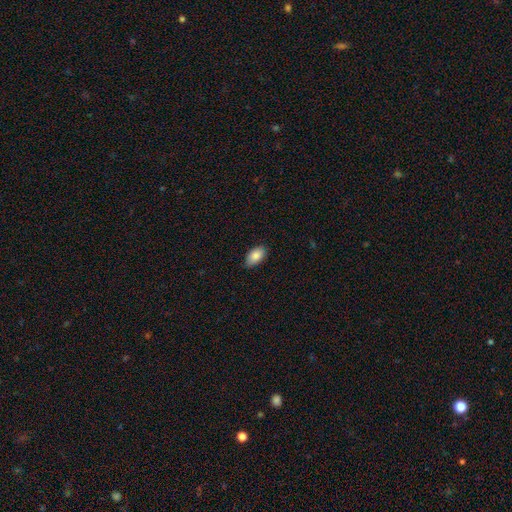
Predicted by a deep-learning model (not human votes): The model was most divided on "merging": none: 82%, minor disturbance: 15%, major disturbance: 2%, merger: 1%. More confident: how rounded — in between (94%); smooth or featured — smooth (87%).